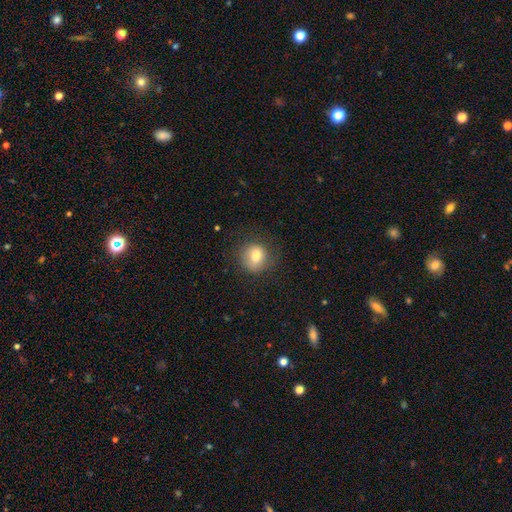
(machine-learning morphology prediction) smooth-or-featured: smooth: 78% | featured or disk: 12% | star or artifact: 10%
  how-rounded: round: 80% | in between: 19% | cigar-shaped: 1%
  merging: none: 77% | minor disturbance: 15% | major disturbance: 6% | merger: 1%